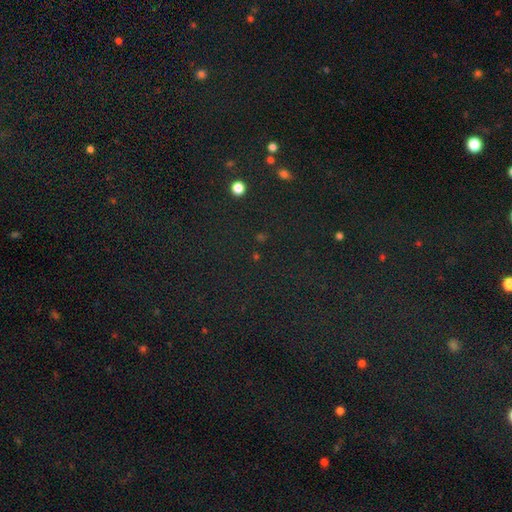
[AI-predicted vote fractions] Smooth or featured?
  - star or artifact: 81% *
  - smooth: 12%
  - featured or disk: 7%